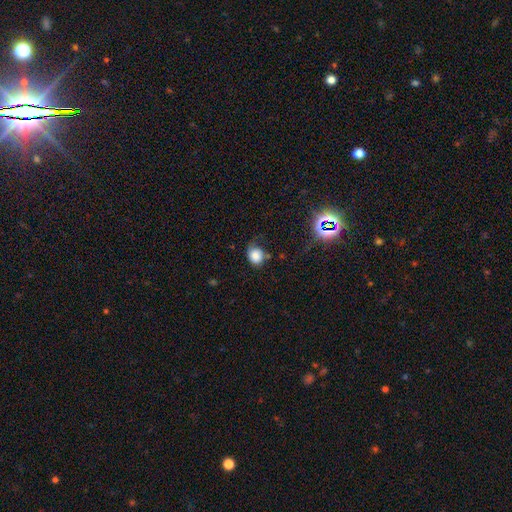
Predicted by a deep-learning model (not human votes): Morphology: type=smooth (78%); roundness=round (63%); merging=none (48%).